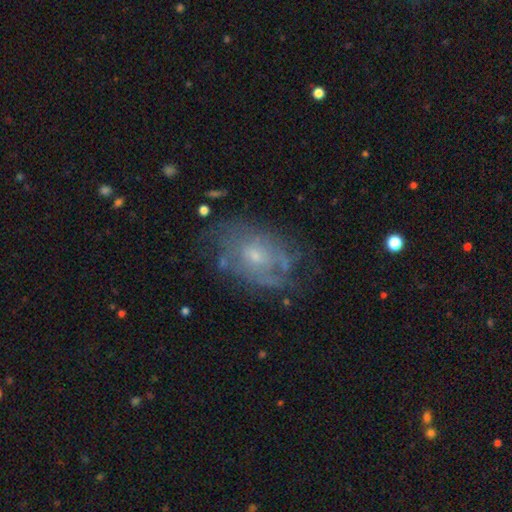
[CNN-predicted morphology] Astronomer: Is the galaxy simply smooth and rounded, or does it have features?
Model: featured or disk — 64%.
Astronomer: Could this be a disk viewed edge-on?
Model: no — 96%.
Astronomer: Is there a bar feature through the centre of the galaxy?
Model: no — 80%.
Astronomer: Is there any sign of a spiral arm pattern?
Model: yes — 57% (runner-up: no, 43%).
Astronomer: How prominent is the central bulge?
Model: small — 65%.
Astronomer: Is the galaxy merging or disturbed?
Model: none — 59%.